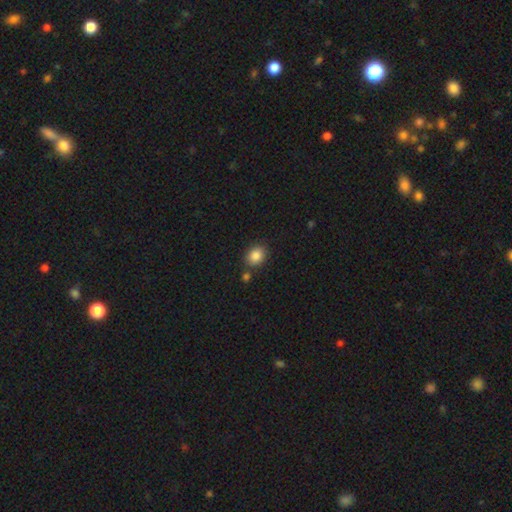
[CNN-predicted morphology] Smooth or featured? smooth (86%)
How rounded? round (53%)
Merging? none (77%)